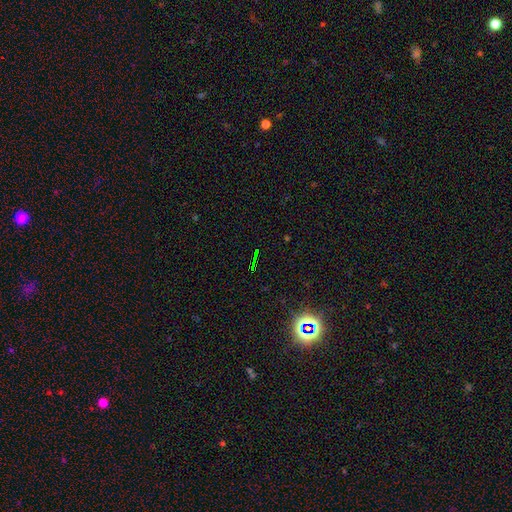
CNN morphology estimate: Q: Smooth or featured?
A: star or artifact (75%); runner-up: smooth (13%)